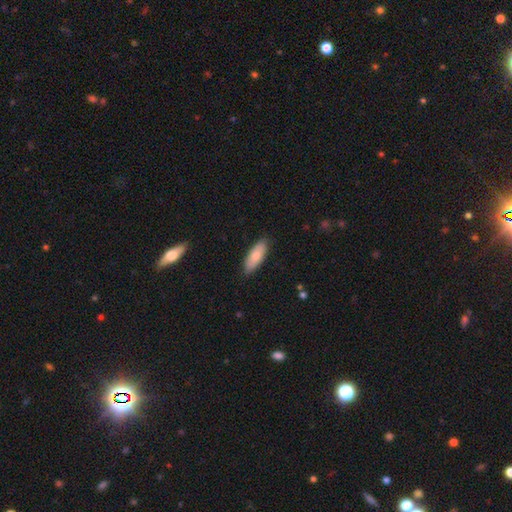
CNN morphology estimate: Q: Smooth or featured?
A: smooth (78%); runner-up: featured or disk (17%)
Q: How rounded?
A: in between (74%); runner-up: cigar-shaped (24%)
Q: Merging?
A: none (85%); runner-up: minor disturbance (12%)